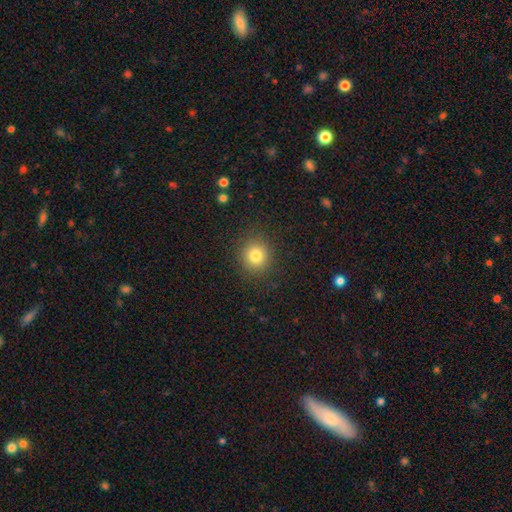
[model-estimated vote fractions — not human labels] Smooth or featured? smooth (80%)
How rounded? round (88%)
Merging? none (88%)